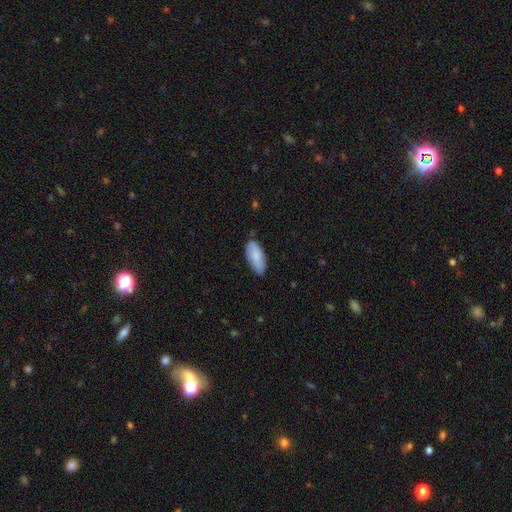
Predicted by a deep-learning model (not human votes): This is clearly a smooth galaxy (80%). How rounded: clearly in between (85%). Merging: clearly none (81%).